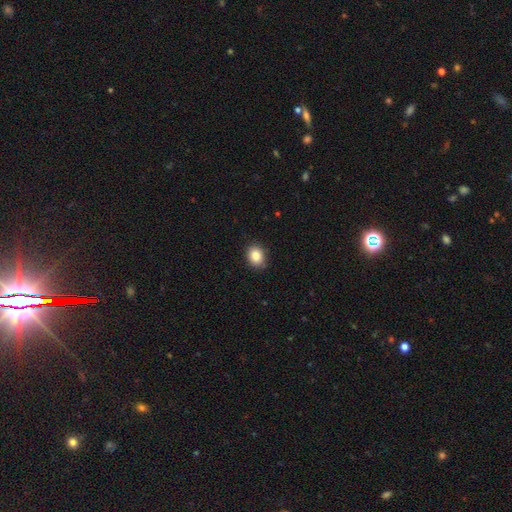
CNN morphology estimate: Smooth or featured?
  - smooth: 87% *
  - star or artifact: 9%
  - featured or disk: 4%
How rounded?
  - in between: 54% *
  - round: 45%
  - cigar-shaped: 1%
Merging?
  - none: 85% *
  - minor disturbance: 12%
  - major disturbance: 2%
  - merger: 1%